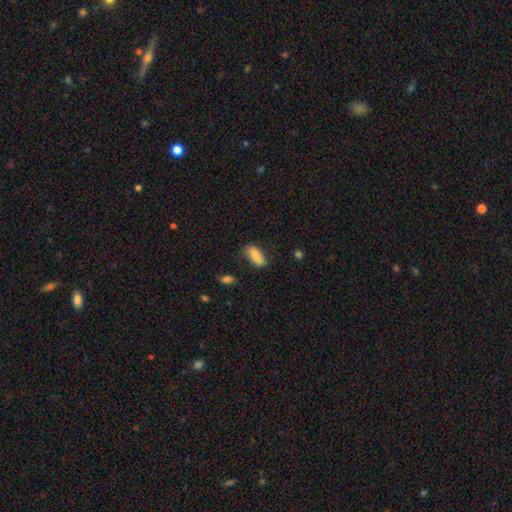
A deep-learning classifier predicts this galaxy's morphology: This is likely a smooth galaxy (75%). How rounded: clearly in between (86%). Merging: likely none (71%).